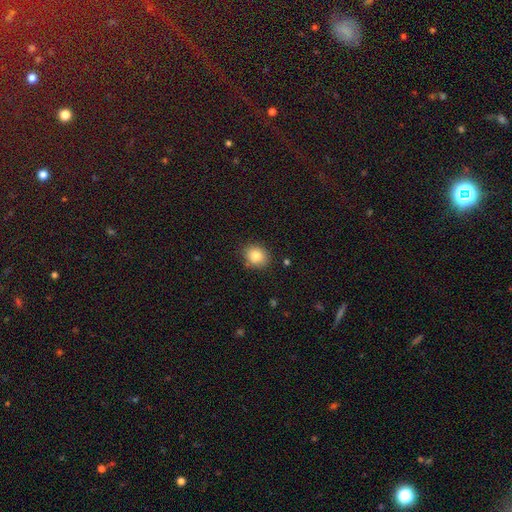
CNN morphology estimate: Smooth or featured? smooth (82%)
How rounded? round (65%)
Merging? none (85%)